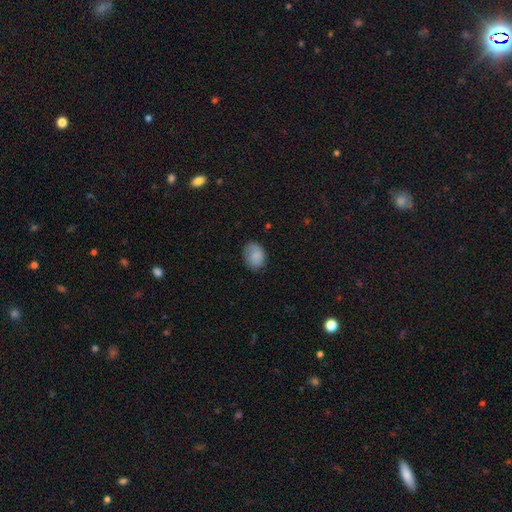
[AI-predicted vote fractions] Q: Smooth or featured?
A: smooth (82%); runner-up: featured or disk (10%)
Q: How rounded?
A: in between (67%); runner-up: round (32%)
Q: Merging?
A: none (70%); runner-up: minor disturbance (23%)